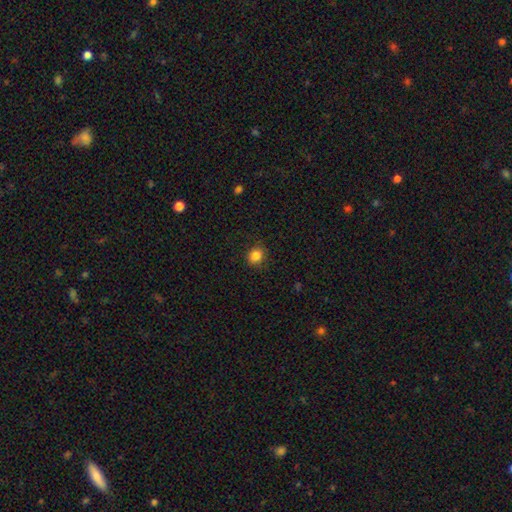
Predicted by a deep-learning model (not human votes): Morphology: type=smooth (85%); roundness=round (74%); merging=none (87%).